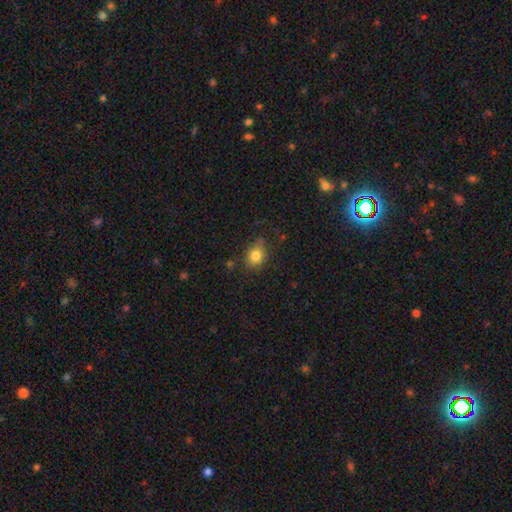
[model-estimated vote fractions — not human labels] smooth_or_featured: smooth (p=0.82) [alt: star or artifact p=0.10]
how_rounded: round (p=0.51) [alt: in between p=0.48]
merging: none (p=0.75) [alt: minor disturbance p=0.17]